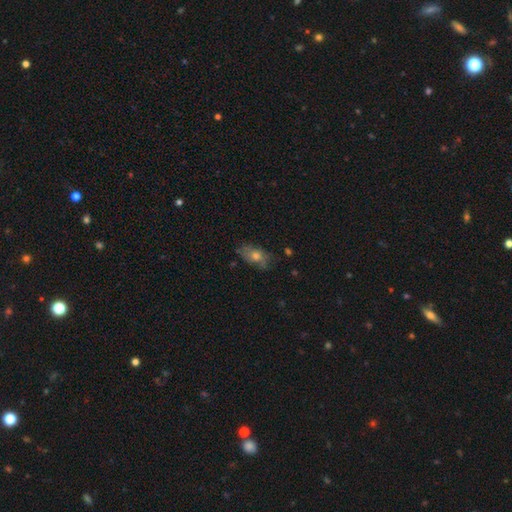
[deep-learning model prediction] smooth 54%, featured or disk 33%, star or artifact 13%. Down the decision tree: how rounded — in between (81%); merging — none (69%).